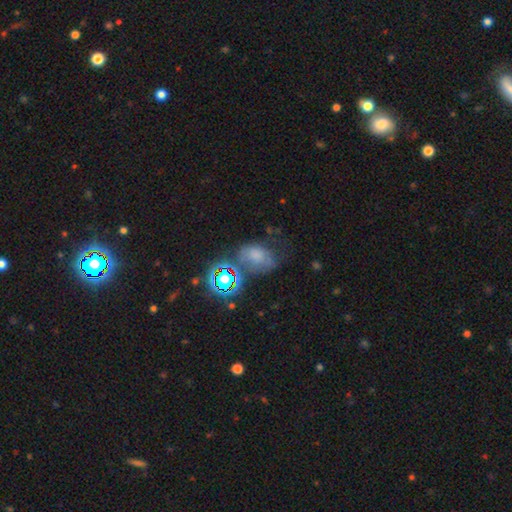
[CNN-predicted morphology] Smooth or featured? Predicted: smooth (p=0.55). How rounded? Predicted: in between (p=0.70). Merging? Predicted: none (p=0.39).